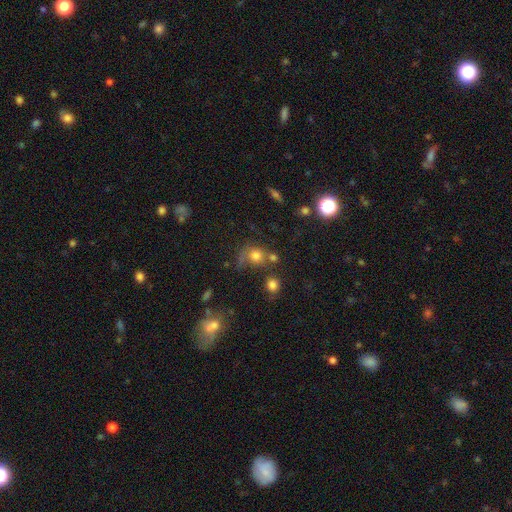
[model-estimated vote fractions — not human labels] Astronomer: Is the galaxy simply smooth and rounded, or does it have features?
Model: smooth — 74%.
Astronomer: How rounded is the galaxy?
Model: round — 76%.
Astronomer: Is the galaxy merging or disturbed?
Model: none — 48%.